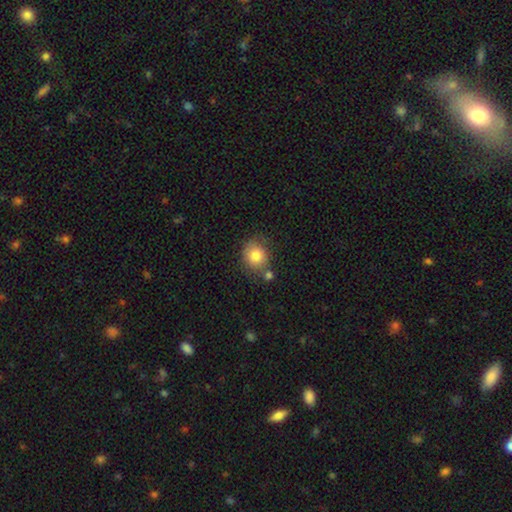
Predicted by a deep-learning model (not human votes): Smooth or featured: smooth — 80% (featured or disk — 11%)
How rounded: round — 73% (in between — 26%)
Merging: none — 61% (minor disturbance — 19%)